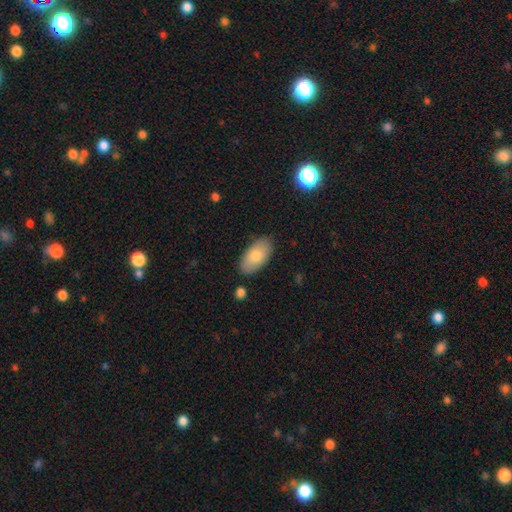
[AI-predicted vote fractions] Q: Smooth or featured?
A: smooth (77%); runner-up: featured or disk (17%)
Q: How rounded?
A: in between (94%); runner-up: cigar-shaped (3%)
Q: Merging?
A: none (84%); runner-up: minor disturbance (11%)